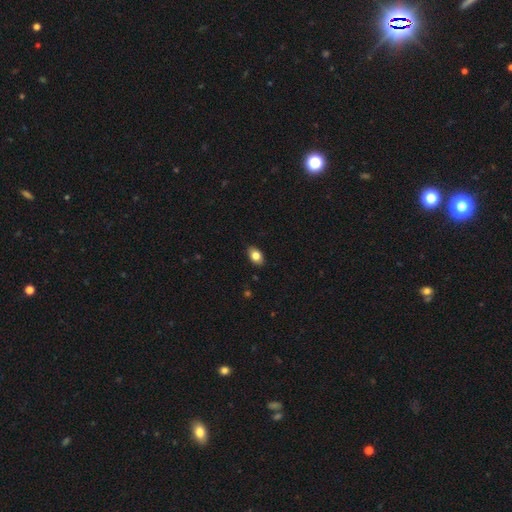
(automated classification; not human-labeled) Smooth or featured? Predicted: smooth (p=0.81). How rounded? Predicted: in between (p=0.86). Merging? Predicted: none (p=0.87).